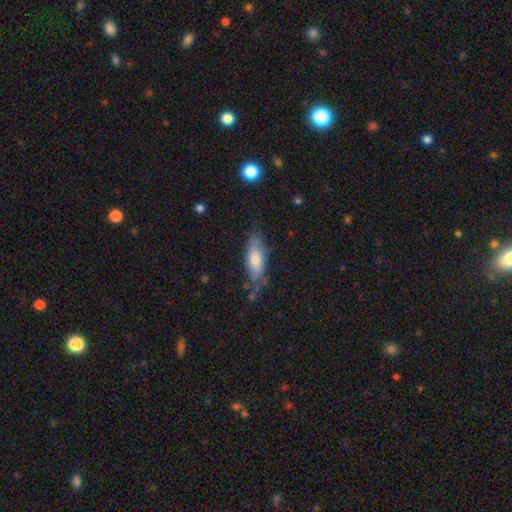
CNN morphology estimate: Overall: smooth (56%; featured or disk 36%). How rounded: in between (56%; cigar-shaped 42%). Merging: none (64%; minor disturbance 25%).